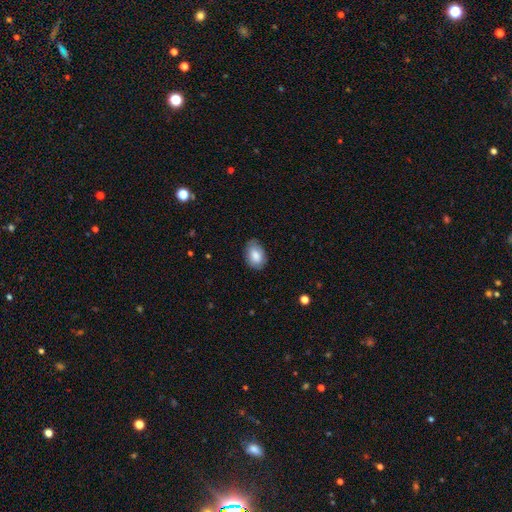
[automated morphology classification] smooth_or_featured: smooth (p=0.82) [alt: featured or disk p=0.11]
how_rounded: in between (p=0.87) [alt: round p=0.12]
merging: none (p=0.77) [alt: minor disturbance p=0.18]